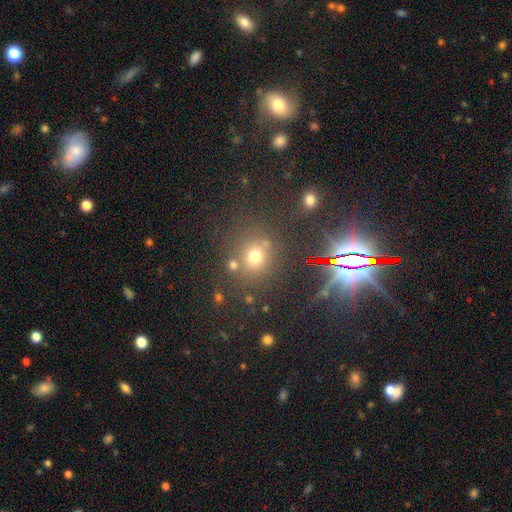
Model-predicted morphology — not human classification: Smooth or featured: smooth — 49% (star or artifact — 39%)
Merging: none — 75% (merger — 10%)